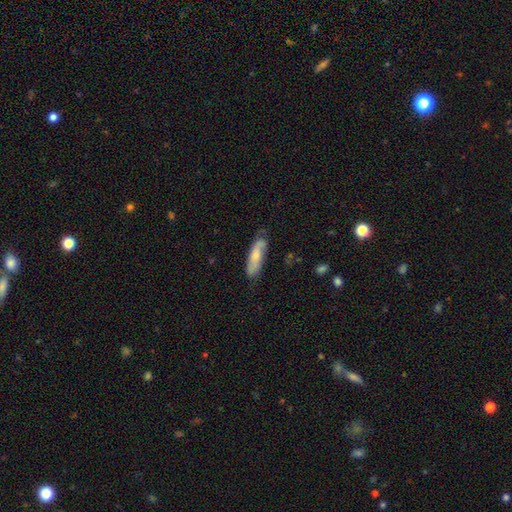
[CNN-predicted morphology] A smooth galaxy with no disk features (52%) that is cigar-shaped (53%).

Vote fractions:
- Smooth or featured? smooth: 52% / featured or disk: 42% / star or artifact: 6%
- How rounded? cigar-shaped: 53% / in between: 45% / round: 2%
- Merging? none: 64% / minor disturbance: 26% / major disturbance: 8% / merger: 2%